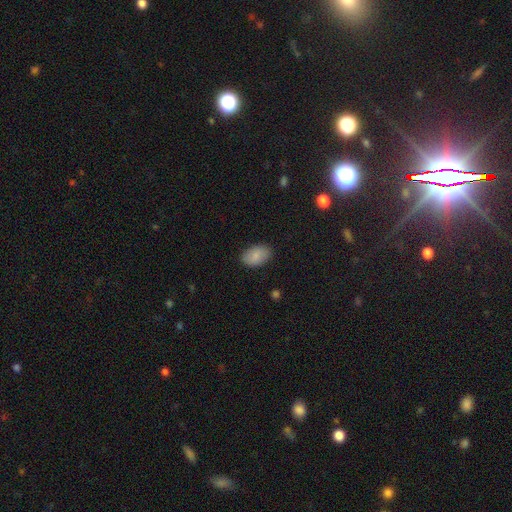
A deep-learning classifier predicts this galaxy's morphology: A smooth galaxy with no disk features (86%) that is in between round and cigar-shaped (91%). Merging: none (86%).